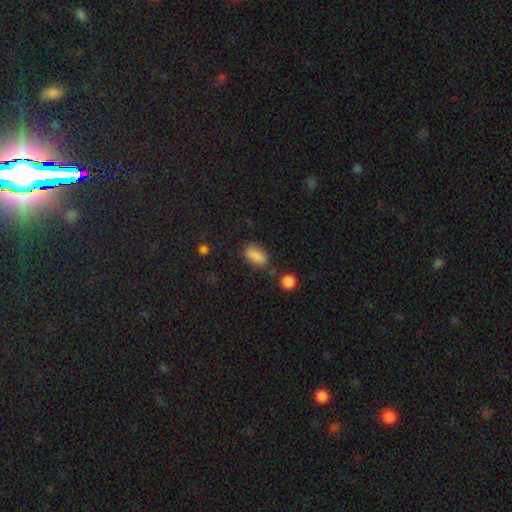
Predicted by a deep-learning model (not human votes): A smooth galaxy with no disk features (85%) that is in between round and cigar-shaped (84%).

Vote fractions:
- Smooth or featured? smooth: 85% / star or artifact: 8% / featured or disk: 7%
- How rounded? in between: 84% / cigar-shaped: 10% / round: 6%
- Merging? none: 74% / minor disturbance: 16% / merger: 5% / major disturbance: 5%